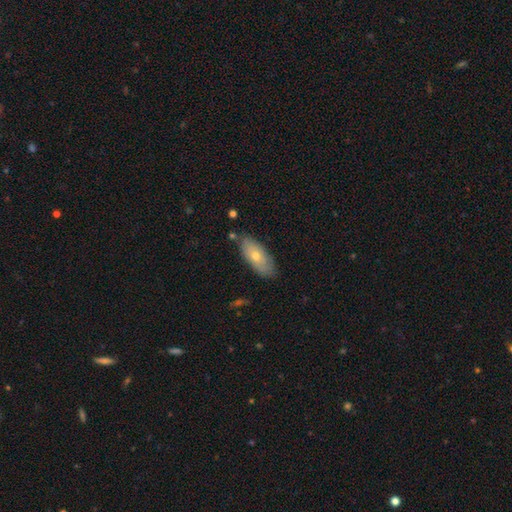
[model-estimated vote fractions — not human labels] smooth 61%, featured or disk 32%, star or artifact 7%. Down the decision tree: how rounded — in between (82%); merging — none (80%).